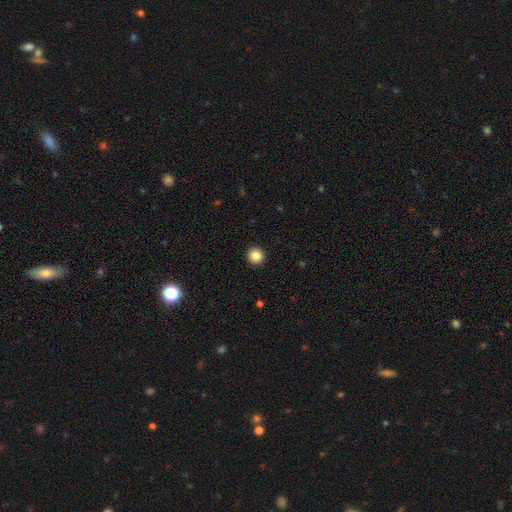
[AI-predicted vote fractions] A smooth galaxy with no disk features (85%) that is round (96%). Merging: none (94%).